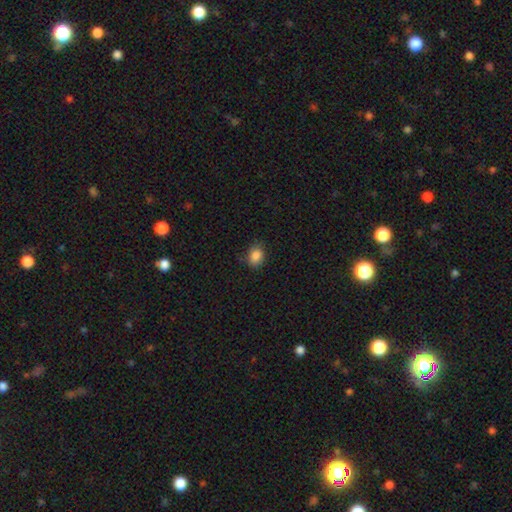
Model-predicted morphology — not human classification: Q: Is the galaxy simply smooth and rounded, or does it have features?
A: smooth — 86%.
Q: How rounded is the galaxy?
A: in between — 59%.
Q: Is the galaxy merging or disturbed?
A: none — 82%.